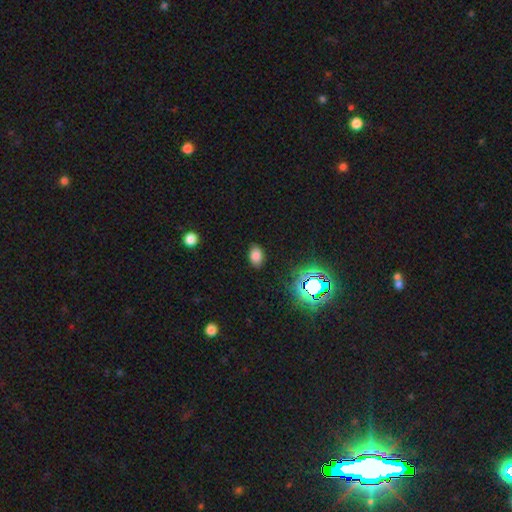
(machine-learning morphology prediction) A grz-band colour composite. It shows a smooth galaxy with no disk features (77%) that is in between round and cigar-shaped (83%). Merging: none (86%).